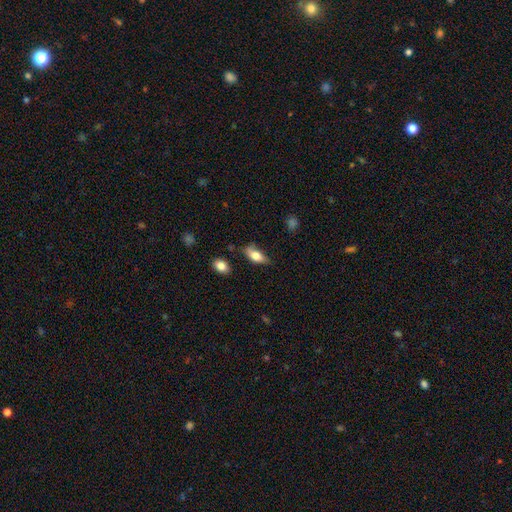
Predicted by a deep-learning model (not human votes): smooth 75%, featured or disk 18%, star or artifact 7%. Down the decision tree: how rounded — in between (84%); merging — none (61%).